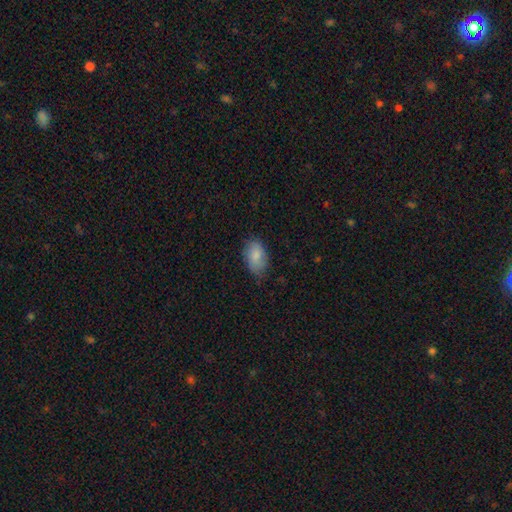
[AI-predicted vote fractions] A smooth galaxy with no disk features (86%) that is in between round and cigar-shaped (92%).

Vote fractions:
- Smooth or featured? smooth: 86% / featured or disk: 7% / star or artifact: 6%
- How rounded? in between: 92% / round: 6% / cigar-shaped: 1%
- Merging? none: 71% / minor disturbance: 23% / major disturbance: 5% / merger: 1%